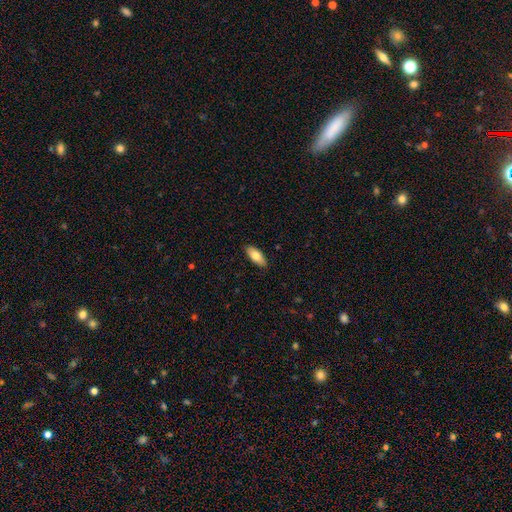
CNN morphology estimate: smooth_or_featured: smooth (p=0.78) [alt: featured or disk p=0.17]
how_rounded: in between (p=0.83) [alt: cigar-shaped p=0.15]
merging: none (p=0.88) [alt: minor disturbance p=0.09]